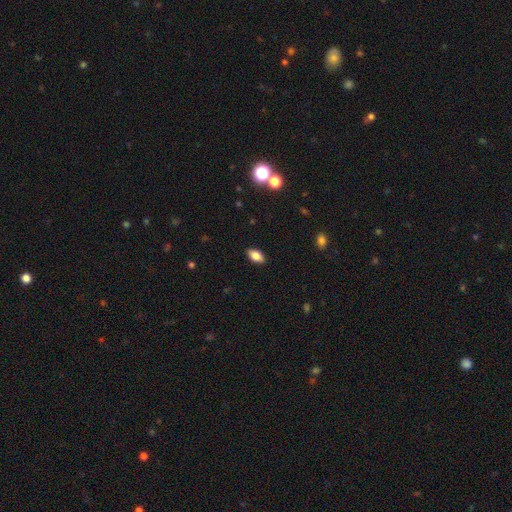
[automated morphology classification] Smooth or featured? smooth (83%)
How rounded? in between (91%)
Merging? none (88%)